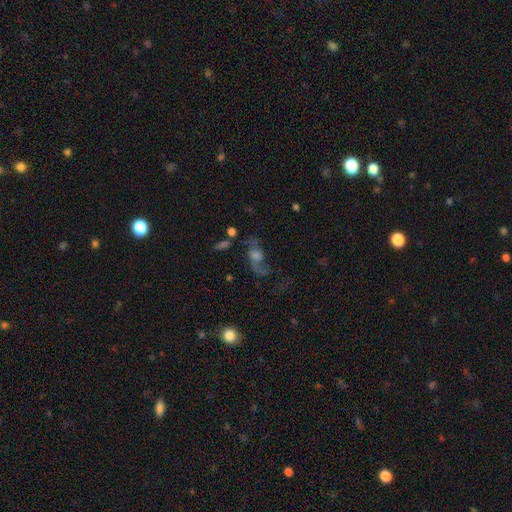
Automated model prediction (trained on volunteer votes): Smooth or featured?
  - featured or disk: 59% *
  - smooth: 23%
  - star or artifact: 18%
Edge-on disk?
  - no: 88% *
  - yes: 12%
Bar?
  - no: 69% *
  - weak: 25%
  - strong: 6%
Spiral arms?
  - yes: 73% *
  - no: 27%
Bulge size?
  - moderate: 41% *
  - small: 23%
  - large: 19%
  - none: 13%
  - dominant: 3%
Merging?
  - none: 41% *
  - major disturbance: 34%
  - minor disturbance: 18%
  - merger: 7%